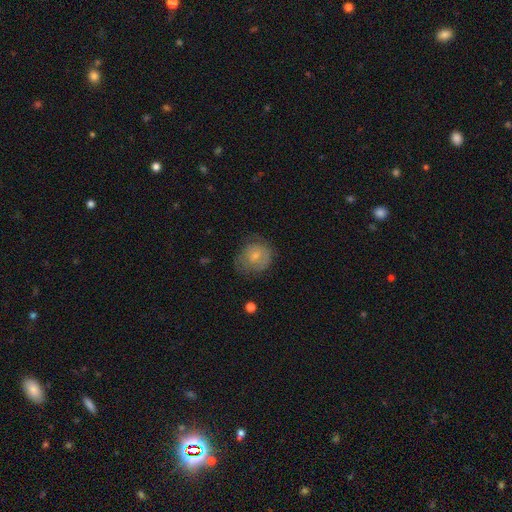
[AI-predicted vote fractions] Smooth or featured? Predicted: smooth (p=0.63). How rounded? Predicted: round (p=0.73). Merging? Predicted: none (p=0.55).